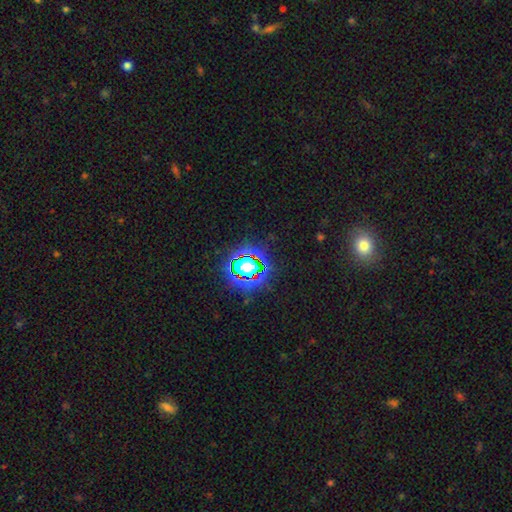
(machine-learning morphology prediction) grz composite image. It shows a star or artifact, not a galaxy (77%).